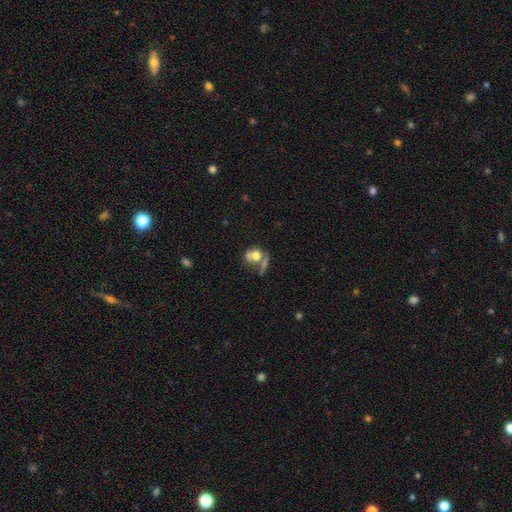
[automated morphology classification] type=smooth (62%); roundness=round (57%); merging=merger (41%).